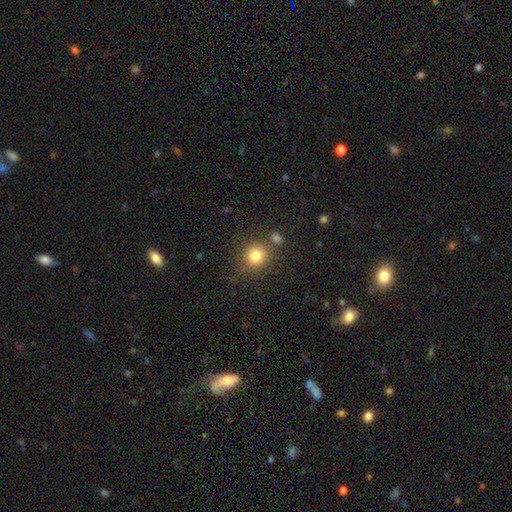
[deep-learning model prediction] A smooth galaxy with no disk features (82%) that is round (87%).

Vote fractions:
- Smooth or featured? smooth: 82% / star or artifact: 12% / featured or disk: 7%
- How rounded? round: 87% / in between: 12% / cigar-shaped: 1%
- Merging? none: 74% / minor disturbance: 11% / merger: 10% / major disturbance: 4%